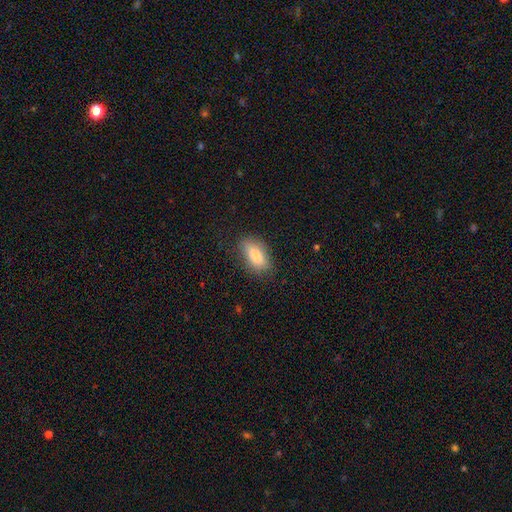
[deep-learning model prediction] smooth_or_featured: smooth (p=0.85) [alt: featured or disk p=0.08]
how_rounded: in between (p=0.87) [alt: cigar-shaped p=0.09]
merging: none (p=0.76) [alt: minor disturbance p=0.18]